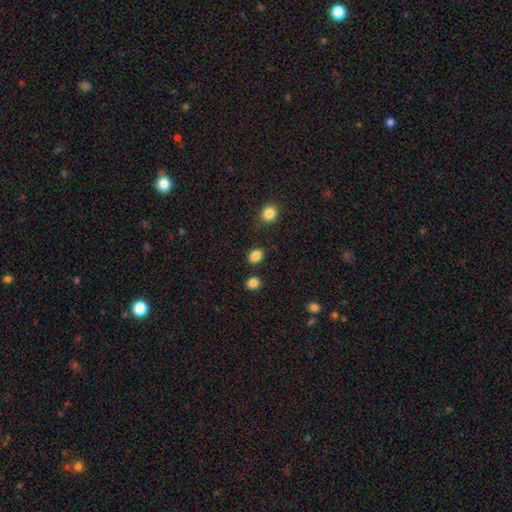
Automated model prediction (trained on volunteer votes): A smooth galaxy with no disk features (86%) that is in between round and cigar-shaped (63%).

Vote fractions:
- Smooth or featured? smooth: 86% / star or artifact: 10% / featured or disk: 4%
- How rounded? in between: 63% / round: 36% / cigar-shaped: 1%
- Merging? none: 81% / minor disturbance: 11% / merger: 5% / major disturbance: 3%